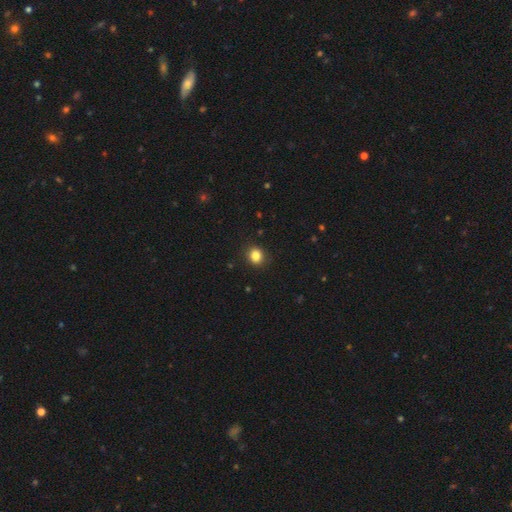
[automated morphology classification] A smooth galaxy with no disk features (85%) that is round (73%). Merging: none (89%).